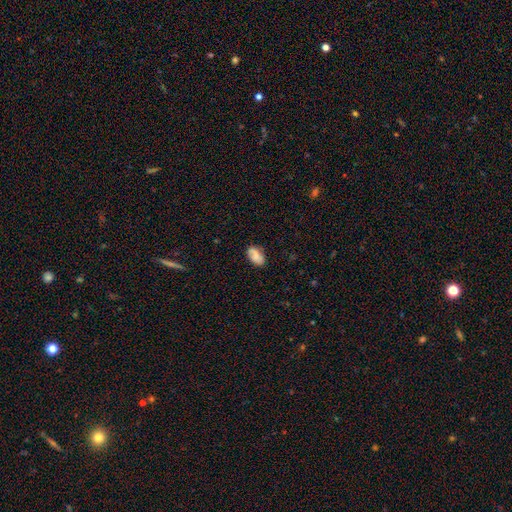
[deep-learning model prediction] Overall: smooth (72%). How rounded: in between (90%). Merging: none (76%).